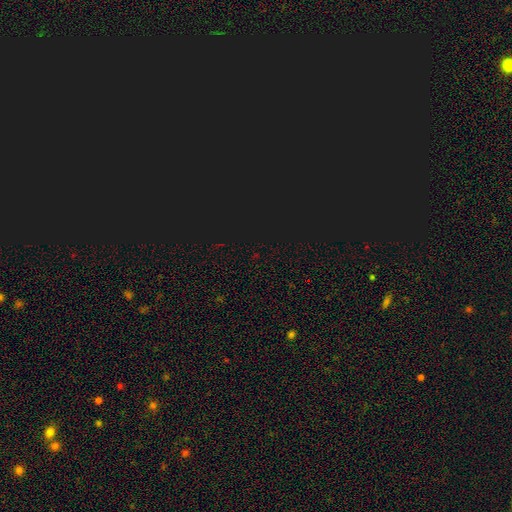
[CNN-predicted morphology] Smooth or featured?
  - star or artifact: 79% *
  - smooth: 15%
  - featured or disk: 6%